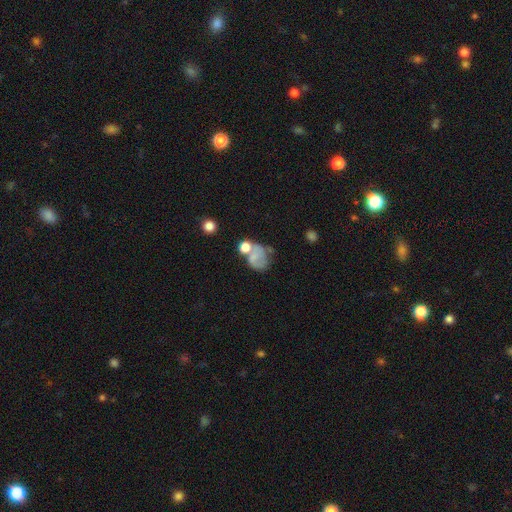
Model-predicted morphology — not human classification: This is possibly a smooth galaxy (49%). Merging: marginally none (28%).